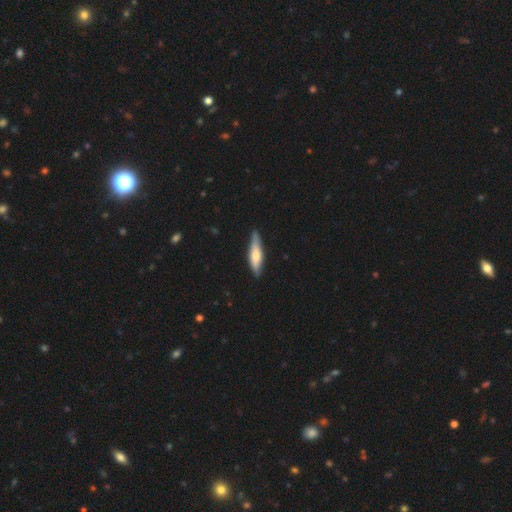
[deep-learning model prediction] Smooth or featured? Predicted: smooth (p=0.55). How rounded? Predicted: cigar-shaped (p=0.73). Merging? Predicted: none (p=0.83).